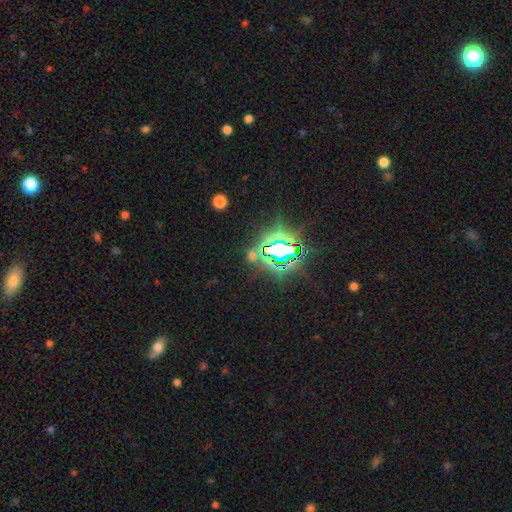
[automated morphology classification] Smooth or featured?
  - star or artifact: 80% *
  - smooth: 12%
  - featured or disk: 8%